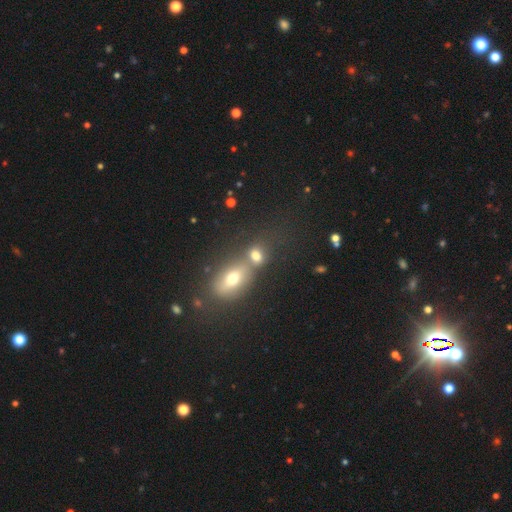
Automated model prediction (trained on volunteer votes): A smooth galaxy with no disk features (71%) that is in between round and cigar-shaped (53%).

Vote fractions:
- Smooth or featured? smooth: 71% / star or artifact: 16% / featured or disk: 13%
- How rounded? in between: 53% / round: 44% / cigar-shaped: 3%
- Merging? merger: 47% / none: 40% / minor disturbance: 8% / major disturbance: 5%